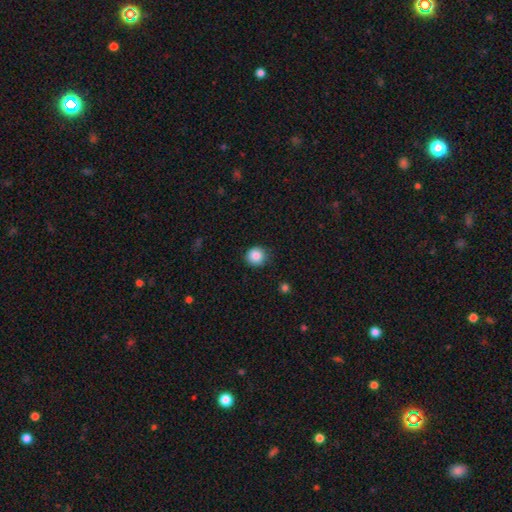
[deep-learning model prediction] Morphology: type=smooth (86%); roundness=round (92%); merging=none (85%).